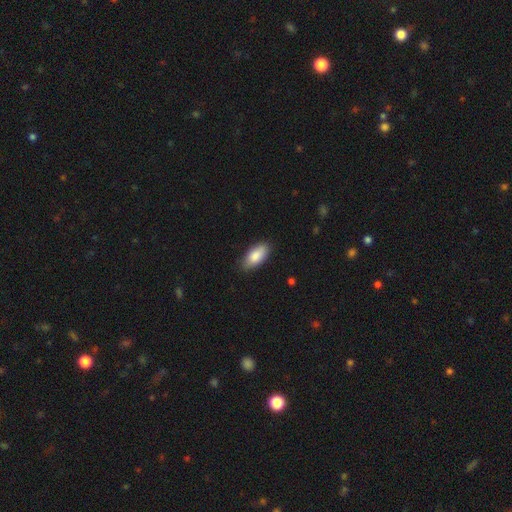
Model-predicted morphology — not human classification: smooth-or-featured: smooth: 85% | featured or disk: 9% | star or artifact: 6%
  how-rounded: in between: 89% | cigar-shaped: 9% | round: 2%
  merging: none: 84% | minor disturbance: 13% | major disturbance: 2% | merger: 1%